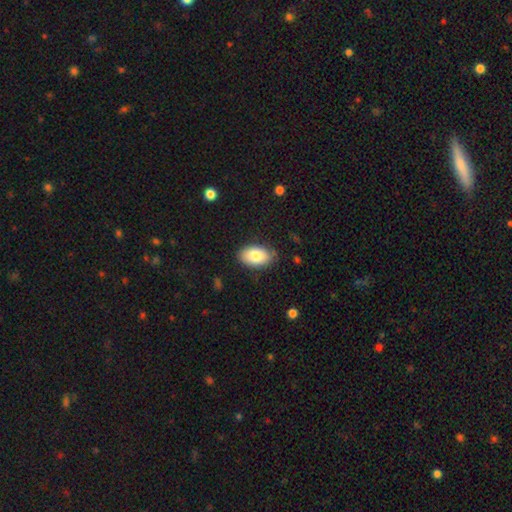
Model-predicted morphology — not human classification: Smooth or featured: smooth — 81% (featured or disk — 13%)
How rounded: in between — 93% (round — 5%)
Merging: none — 85% (minor disturbance — 12%)